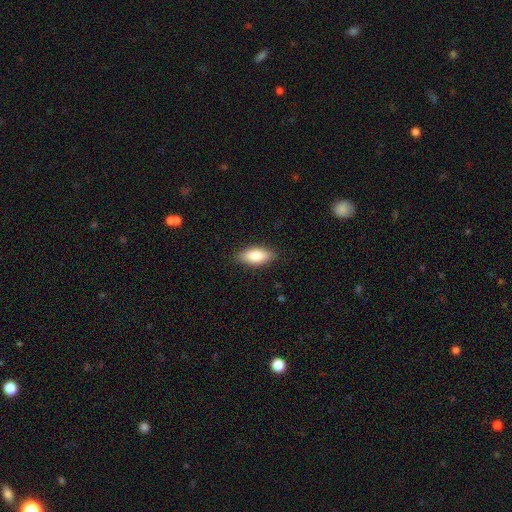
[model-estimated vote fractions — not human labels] A smooth galaxy with no disk features (79%) that is in between round and cigar-shaped (80%).

Vote fractions:
- Smooth or featured? smooth: 79% / featured or disk: 14% / star or artifact: 6%
- How rounded? in between: 80% / cigar-shaped: 17% / round: 3%
- Merging? none: 86% / minor disturbance: 11% / major disturbance: 2% / merger: 1%